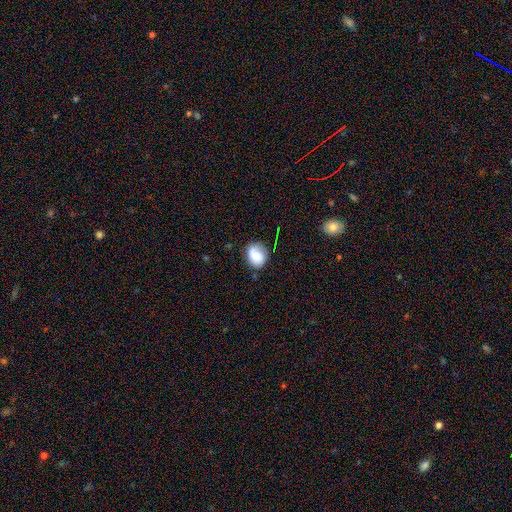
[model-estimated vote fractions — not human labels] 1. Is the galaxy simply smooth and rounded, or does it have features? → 70% smooth, 20% featured or disk, 9% star or artifact.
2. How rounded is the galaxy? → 51% in between, 48% round, 1% cigar-shaped.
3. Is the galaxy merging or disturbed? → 63% none, 26% minor disturbance, 8% major disturbance, 4% merger.